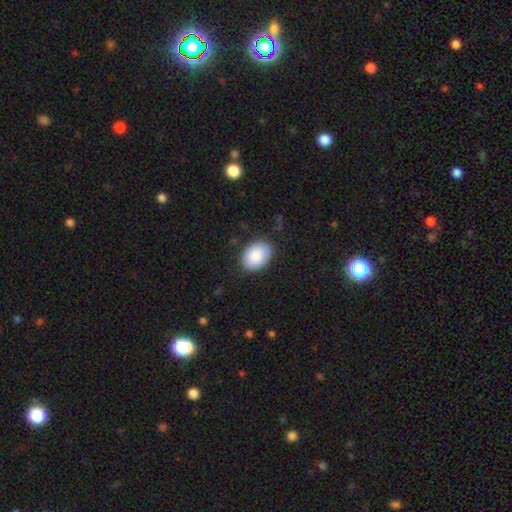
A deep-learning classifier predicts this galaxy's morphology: smooth 87%, featured or disk 7%, star or artifact 6%. Down the decision tree: how rounded — in between (80%); merging — none (83%).